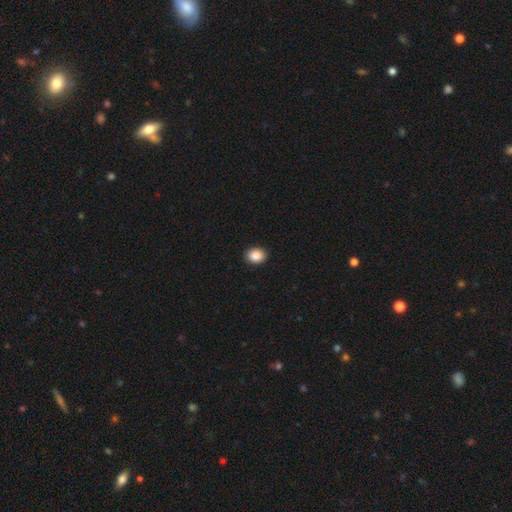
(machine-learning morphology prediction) A smooth galaxy with no disk features (87%) that is round (53%). Merging: none (92%).